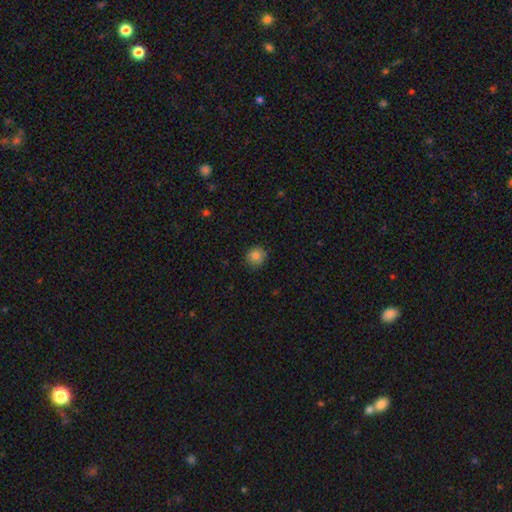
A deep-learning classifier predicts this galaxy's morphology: The model was most divided on "merging": none: 85%, minor disturbance: 12%, major disturbance: 2%, merger: 1%. More confident: how rounded — round (88%); smooth or featured — smooth (83%).